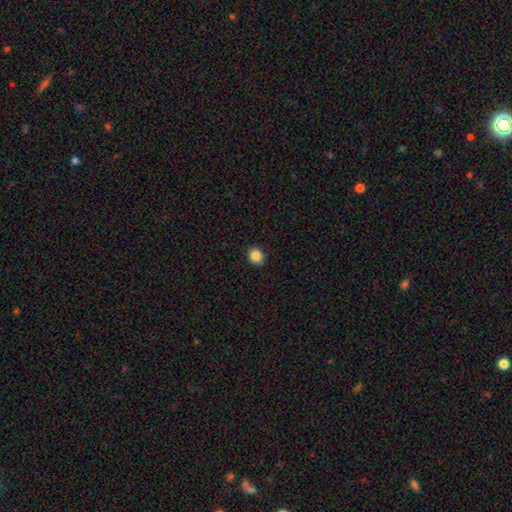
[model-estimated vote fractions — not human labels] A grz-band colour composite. It shows a smooth galaxy with no disk features (87%) that is round (57%). Merging: none (91%).